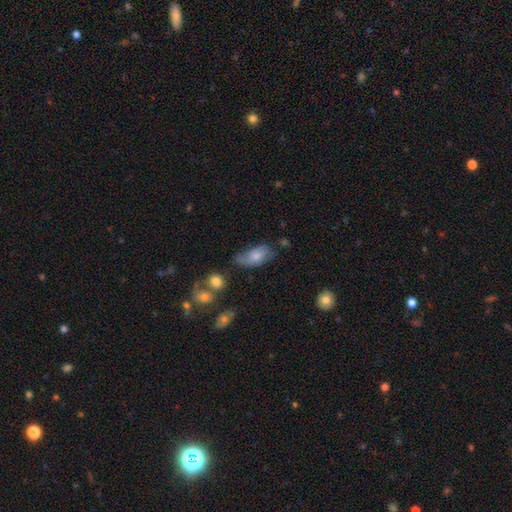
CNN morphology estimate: Overall: smooth (70%). How rounded: in between (91%). Merging: none (44%; minor disturbance 35%).